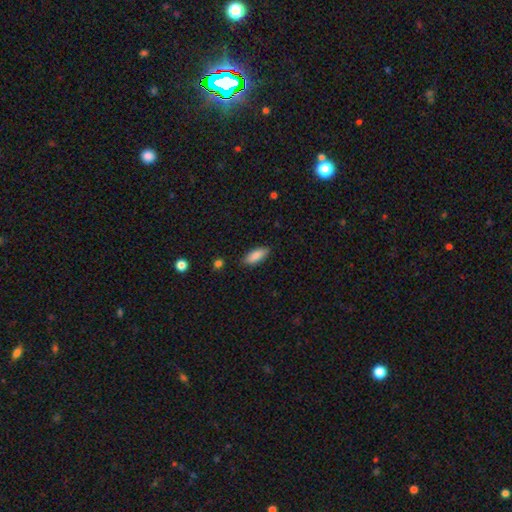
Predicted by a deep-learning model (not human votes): This is clearly a smooth galaxy (88%). How rounded: likely in between (78%). Merging: clearly none (86%).